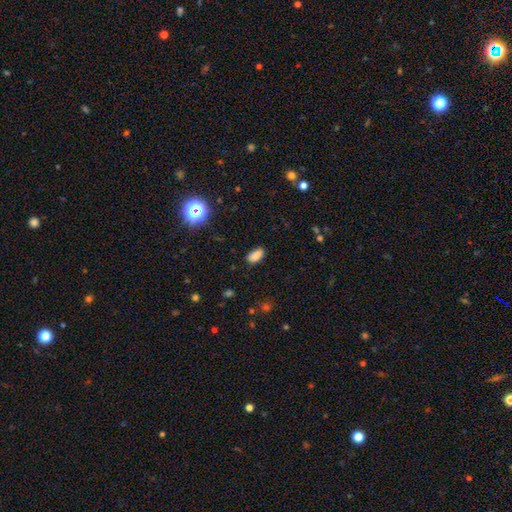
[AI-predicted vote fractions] This appears to be a smooth galaxy with no disk features (84%) that is in between round and cigar-shaped (91%). Merging: none (84%).